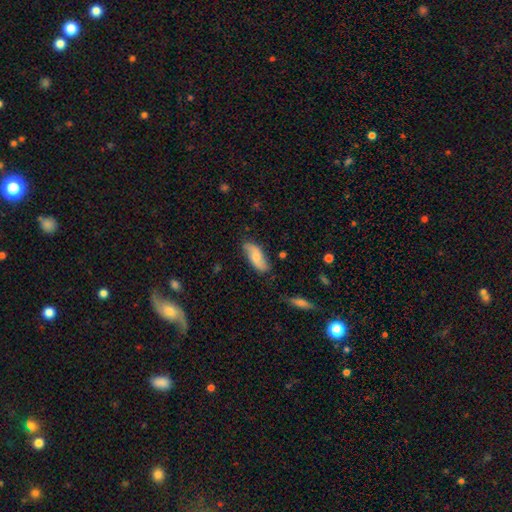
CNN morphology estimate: smooth 55%, featured or disk 39%, star or artifact 6%. Down the decision tree: how rounded — in between (79%); merging — none (78%).